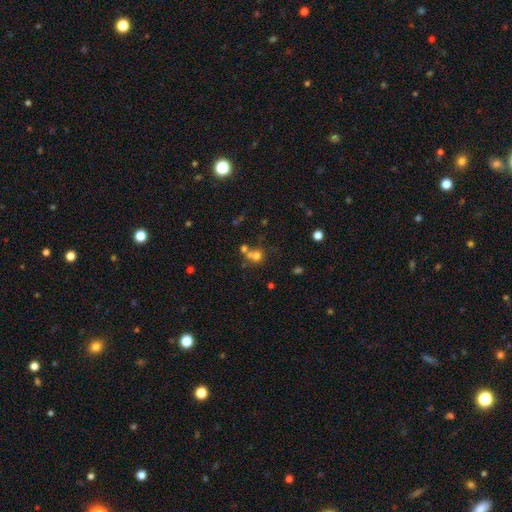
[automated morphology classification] The model was most divided on "merging" (2-way tie): none: 43%, merger: 43%, minor disturbance: 8%, major disturbance: 5%. More confident: how rounded — round (84%); smooth or featured — smooth (66%).